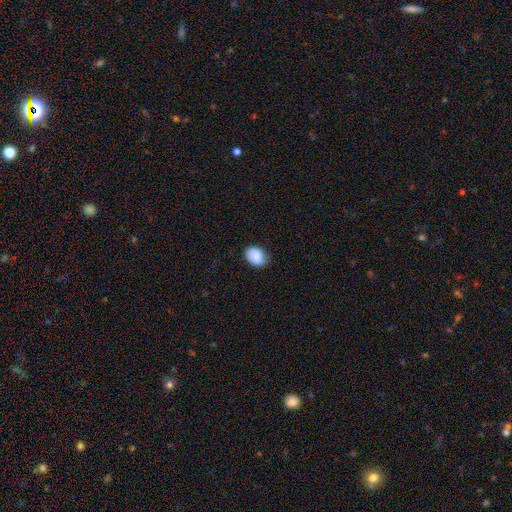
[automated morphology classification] The model was most divided on "how rounded": in between: 67%, round: 32%, cigar-shaped: 1%. More confident: smooth or featured — smooth (84%); merging — none (66%).